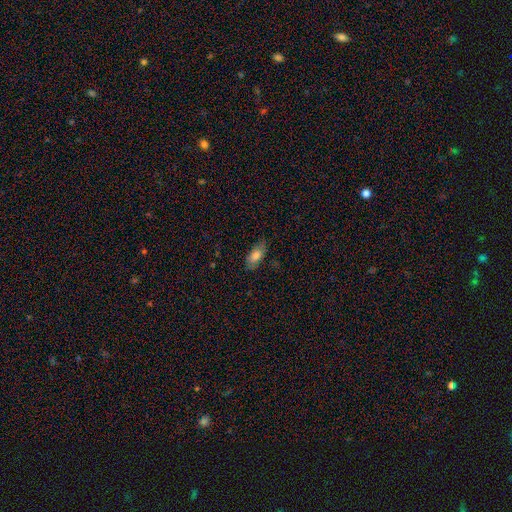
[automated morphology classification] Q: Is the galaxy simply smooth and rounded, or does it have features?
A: smooth — 79%.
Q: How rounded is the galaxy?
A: in between — 84%.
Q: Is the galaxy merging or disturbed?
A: none — 80%.